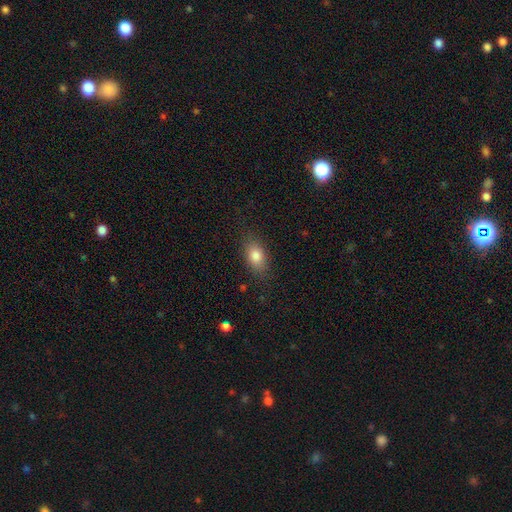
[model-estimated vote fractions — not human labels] Smooth or featured: smooth — 82% (featured or disk — 10%)
How rounded: in between — 84% (round — 12%)
Merging: none — 82% (minor disturbance — 13%)